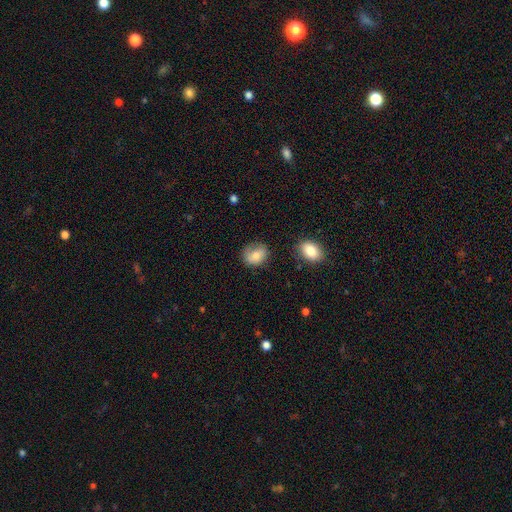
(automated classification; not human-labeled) Overall: smooth (74%). How rounded: round (57%; in between 42%). Merging: none (62%; minor disturbance 26%).